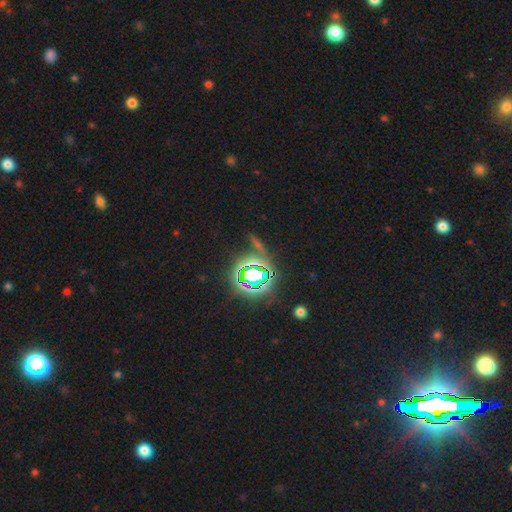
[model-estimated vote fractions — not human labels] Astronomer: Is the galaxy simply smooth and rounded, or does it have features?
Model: star or artifact — 82%.